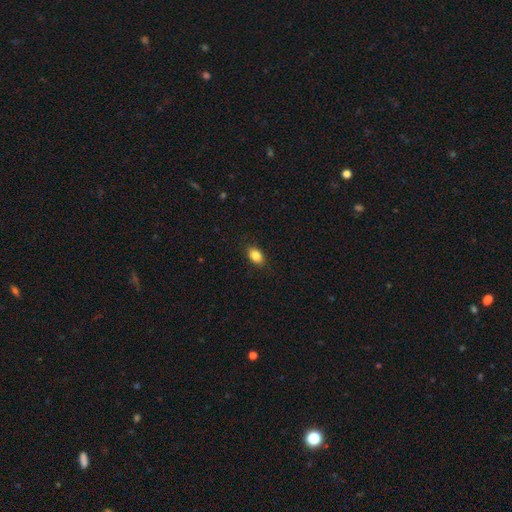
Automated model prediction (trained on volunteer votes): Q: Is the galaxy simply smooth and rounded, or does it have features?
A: smooth — 85%.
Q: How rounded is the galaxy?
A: in between — 84%.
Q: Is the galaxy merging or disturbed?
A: none — 88%.